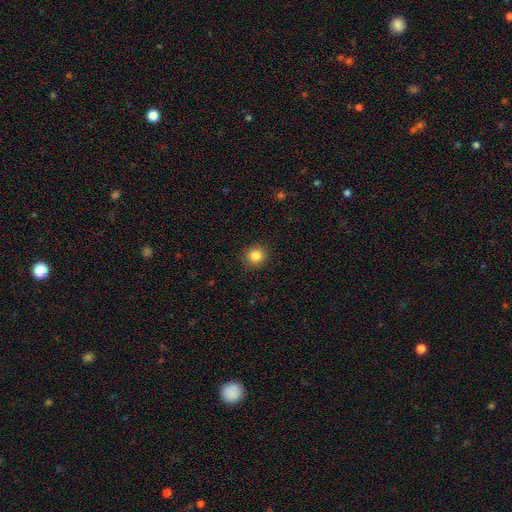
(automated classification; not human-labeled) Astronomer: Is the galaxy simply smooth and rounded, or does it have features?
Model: smooth — 84%.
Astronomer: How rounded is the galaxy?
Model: round — 91%.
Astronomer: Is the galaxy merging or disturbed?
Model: none — 91%.